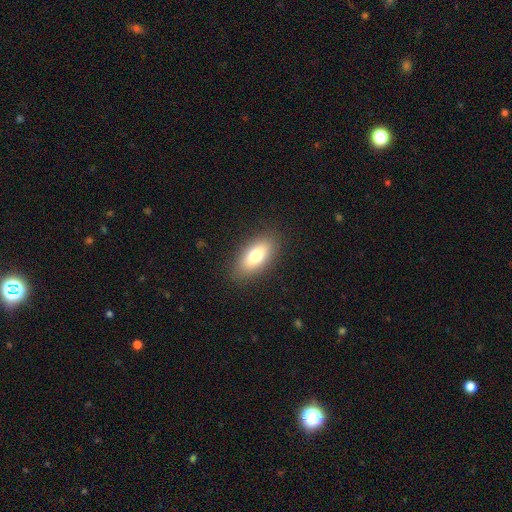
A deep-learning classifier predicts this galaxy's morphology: The model was most divided on "smooth or featured": smooth: 77%, featured or disk: 15%, star or artifact: 8%. More confident: merging — none (87%); how rounded — in between (87%).